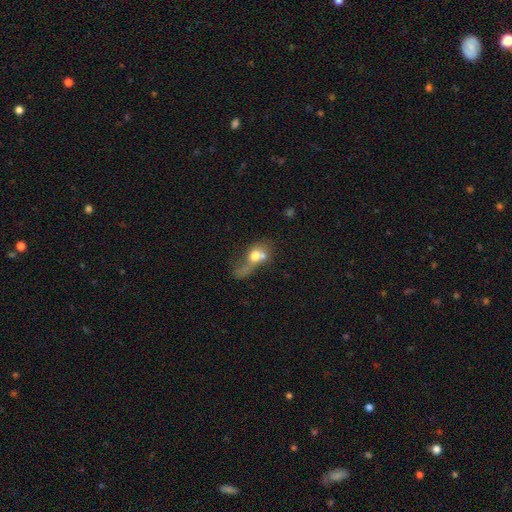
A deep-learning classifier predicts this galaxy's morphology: Smooth or featured: smooth — 60% (featured or disk — 29%)
How rounded: in between — 49% (round — 46%)
Merging: merger — 49% (major disturbance — 26%)